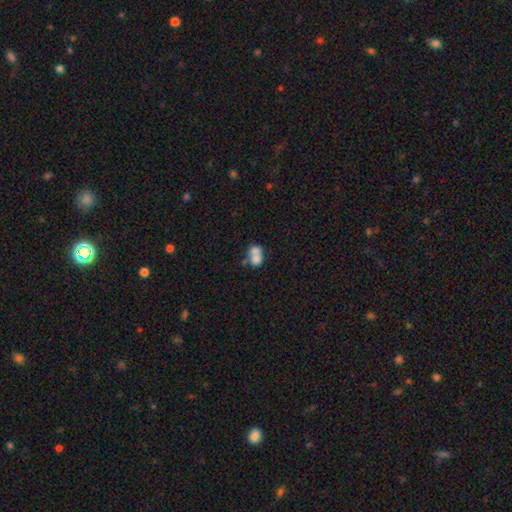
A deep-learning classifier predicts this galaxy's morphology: Smooth or featured? smooth (69%)
How rounded? in between (51%)
Merging? merger (65%)